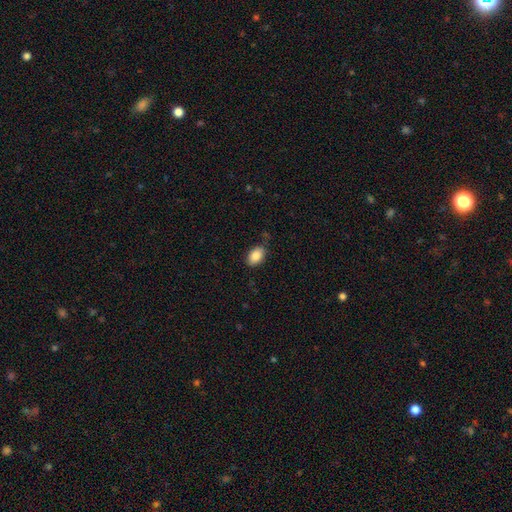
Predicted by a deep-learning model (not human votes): This is clearly a smooth galaxy (86%). How rounded: clearly in between (87%). Merging: clearly none (81%).